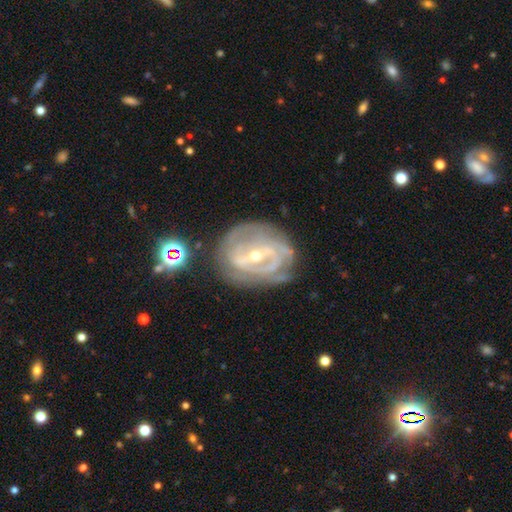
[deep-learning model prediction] Smooth or featured: featured or disk — 85% (smooth — 8%)
Edge-on disk: no — 95% (yes — 5%)
Bar: strong — 48% (weak — 36%)
Spiral arms: yes — 88% (no — 12%)
Spiral winding: tight — 58% (medium — 32%)
Spiral arm count: 2 — 34% (can't tell — 33%)
Bulge size: small — 56% (moderate — 41%)
Merging: none — 67% (minor disturbance — 20%)